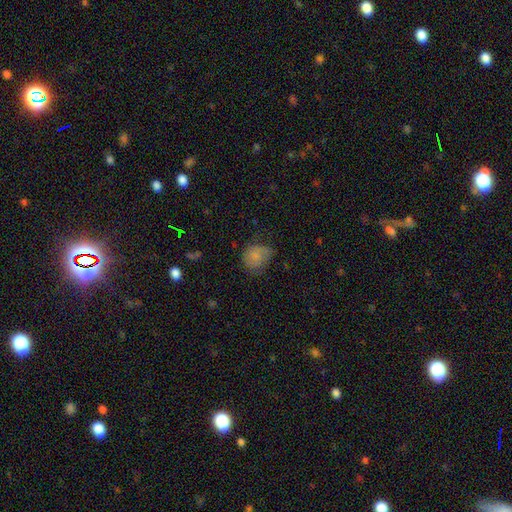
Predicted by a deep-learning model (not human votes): Overall: smooth (77%). How rounded: round (58%; in between 41%). Merging: none (54%; minor disturbance 32%).